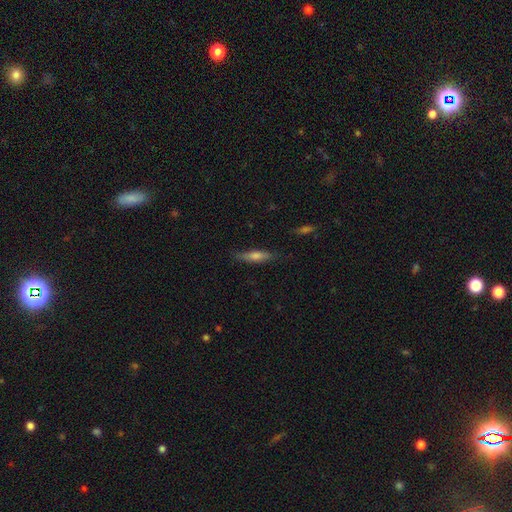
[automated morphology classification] A smooth galaxy with no disk features (47%). Merging: none (82%).